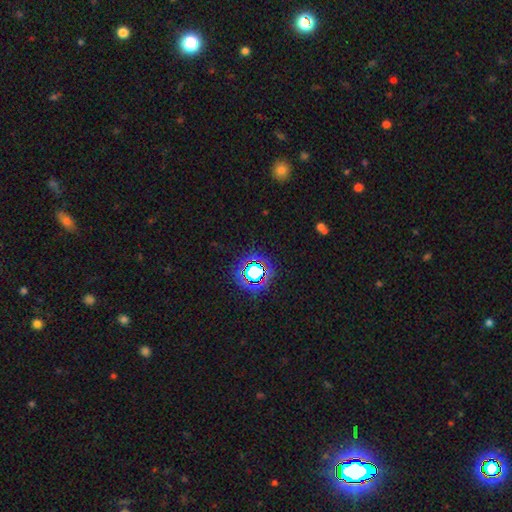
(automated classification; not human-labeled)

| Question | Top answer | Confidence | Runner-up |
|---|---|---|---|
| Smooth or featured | star or artifact | 77% | smooth (15%) |